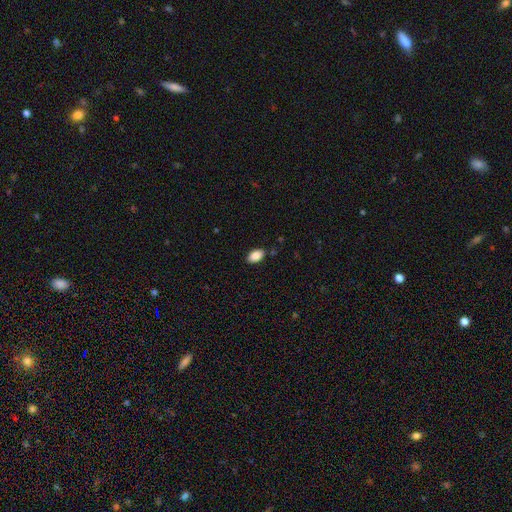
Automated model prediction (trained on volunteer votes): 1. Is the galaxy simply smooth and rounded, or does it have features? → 88% smooth, 7% star or artifact, 5% featured or disk.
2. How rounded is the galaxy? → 93% in between, 6% round, 2% cigar-shaped.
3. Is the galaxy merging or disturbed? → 86% none, 10% minor disturbance, 2% major disturbance, 2% merger.